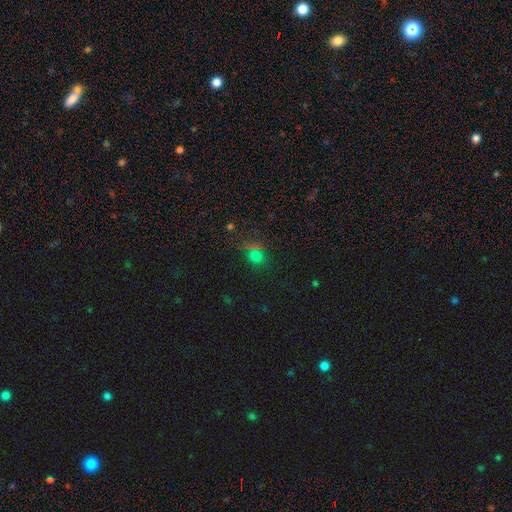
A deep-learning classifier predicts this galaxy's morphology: Q: Smooth or featured?
A: smooth (62%); runner-up: star or artifact (31%)
Q: How rounded?
A: round (78%); runner-up: in between (20%)
Q: Merging?
A: none (76%); runner-up: minor disturbance (13%)